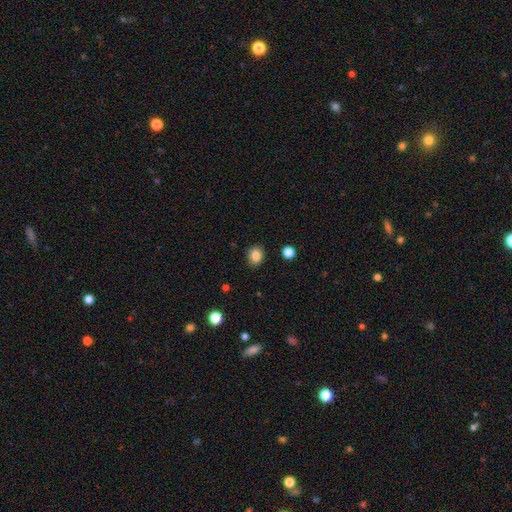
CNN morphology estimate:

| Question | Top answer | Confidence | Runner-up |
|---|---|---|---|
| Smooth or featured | smooth | 84% | star or artifact (10%) |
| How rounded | round | 59% | in between (40%) |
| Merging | none | 88% | minor disturbance (9%) |